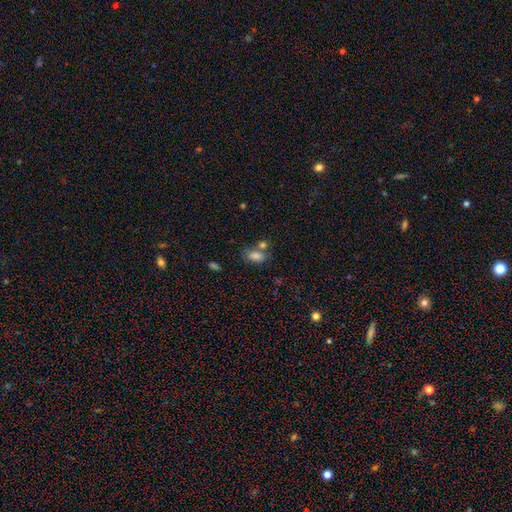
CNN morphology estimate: A smooth galaxy with no disk features (80%) that is in between round and cigar-shaped (86%).

Vote fractions:
- Smooth or featured? smooth: 80% / star or artifact: 11% / featured or disk: 9%
- How rounded? in between: 86% / round: 11% / cigar-shaped: 2%
- Merging? none: 52% / merger: 27% / minor disturbance: 15% / major disturbance: 6%